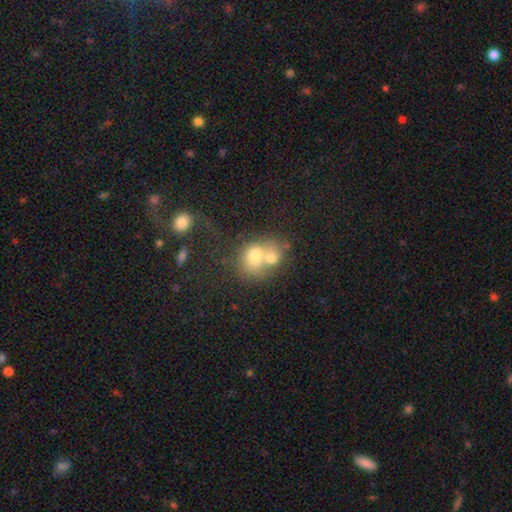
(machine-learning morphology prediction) Smooth or featured? smooth (65%)
How rounded? round (65%)
Merging? merger (67%)